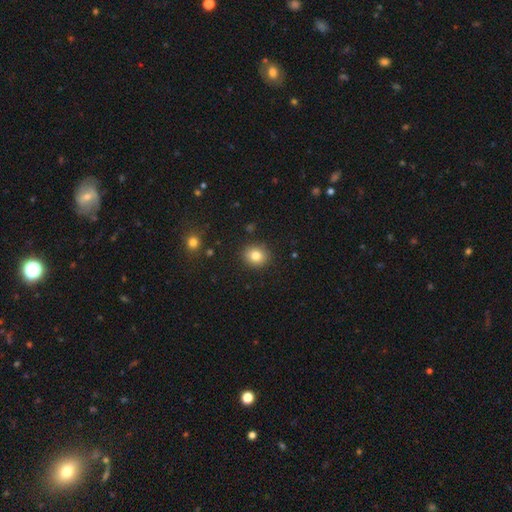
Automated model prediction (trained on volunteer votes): A smooth galaxy with no disk features (81%) that is round (79%). Merging: none (89%).